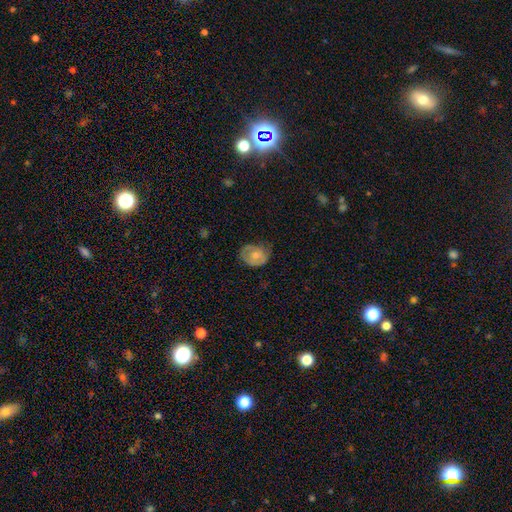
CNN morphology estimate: Q: Smooth or featured?
A: smooth (49%); runner-up: featured or disk (44%)
Q: Merging?
A: none (53%); runner-up: minor disturbance (32%)